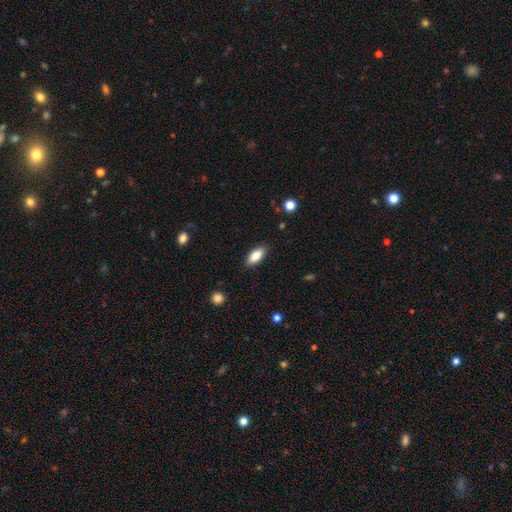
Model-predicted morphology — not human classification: Smooth or featured?
  - smooth: 84% *
  - featured or disk: 10%
  - star or artifact: 7%
How rounded?
  - in between: 84% *
  - cigar-shaped: 13%
  - round: 2%
Merging?
  - none: 88% *
  - minor disturbance: 9%
  - major disturbance: 2%
  - merger: 1%